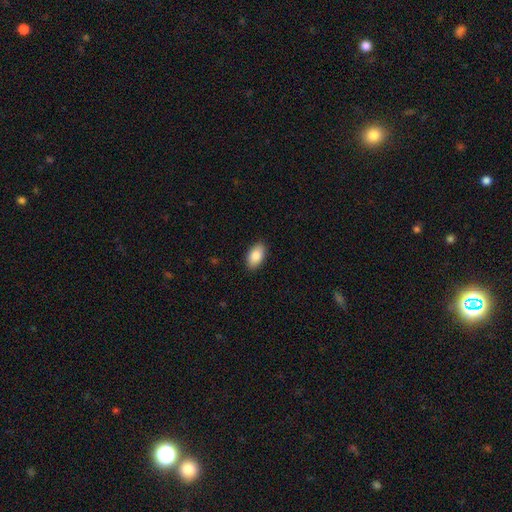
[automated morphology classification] Smooth or featured: smooth — 86% (featured or disk — 7%)
How rounded: in between — 93% (round — 5%)
Merging: none — 90% (minor disturbance — 8%)